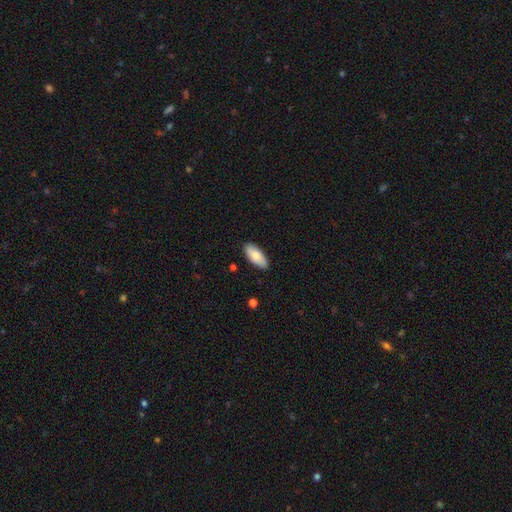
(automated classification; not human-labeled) Morphology: type=smooth (83%); roundness=in between (85%); merging=none (88%).